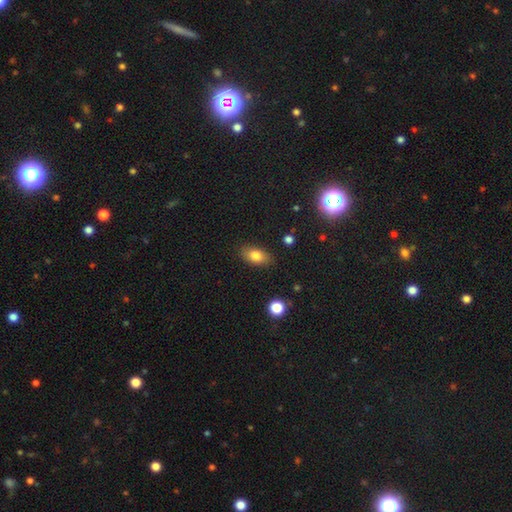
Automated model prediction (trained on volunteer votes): smooth-or-featured: smooth: 80% | featured or disk: 11% | star or artifact: 9%
  how-rounded: in between: 87% | round: 8% | cigar-shaped: 5%
  merging: none: 86% | minor disturbance: 10% | major disturbance: 3% | merger: 1%